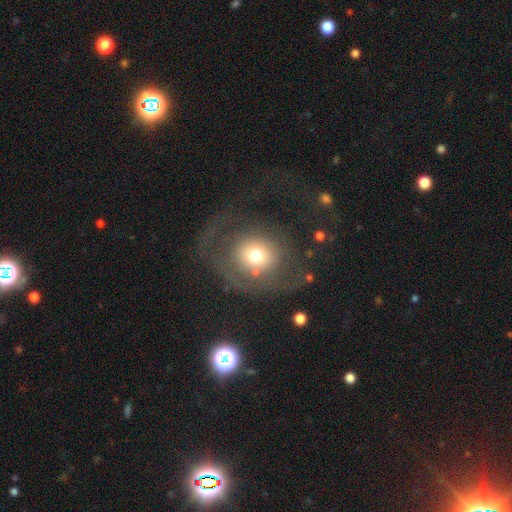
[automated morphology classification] This appears to be a smooth galaxy with no disk features (51%) that is round (79%). Merging: none (49%).